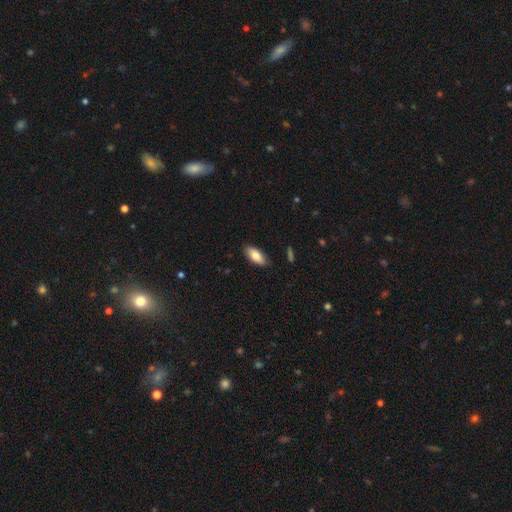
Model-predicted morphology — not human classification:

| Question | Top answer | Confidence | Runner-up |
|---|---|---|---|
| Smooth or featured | smooth | 81% | featured or disk (12%) |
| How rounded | in between | 86% | cigar-shaped (12%) |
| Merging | none | 84% | minor disturbance (13%) |